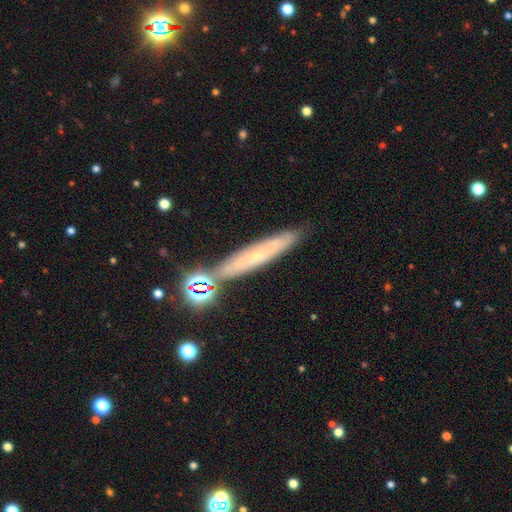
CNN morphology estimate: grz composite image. It shows a featured or disk galaxy (50%). Merging: none (79%).